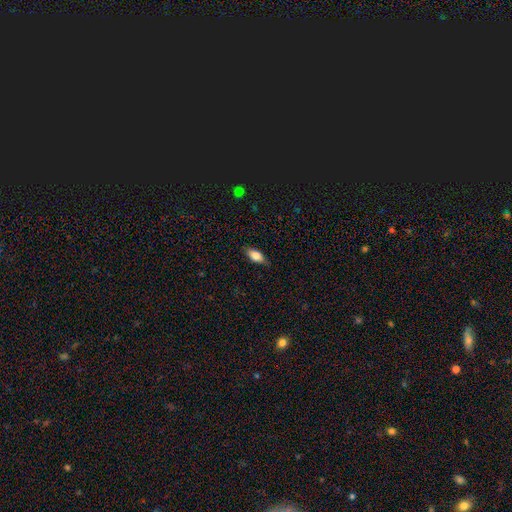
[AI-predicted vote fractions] Smooth or featured? smooth (77%)
How rounded? in between (85%)
Merging? none (79%)